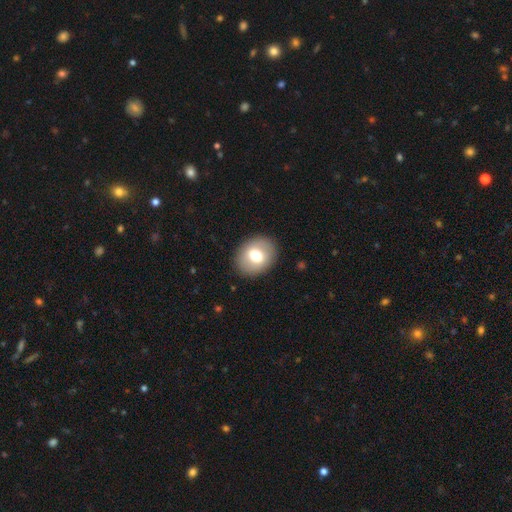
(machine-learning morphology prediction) smooth-or-featured: smooth: 68% | featured or disk: 24% | star or artifact: 8%
  how-rounded: in between: 51% | round: 48% | cigar-shaped: 1%
  merging: none: 89% | minor disturbance: 7% | major disturbance: 3% | merger: 1%